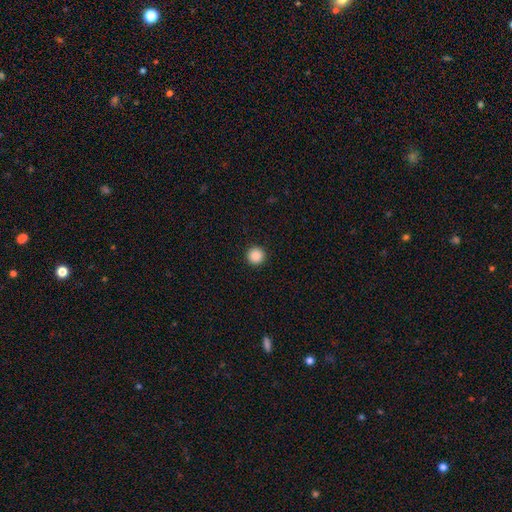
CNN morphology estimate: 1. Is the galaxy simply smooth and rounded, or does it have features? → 88% smooth, 9% star or artifact, 3% featured or disk.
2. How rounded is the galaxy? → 97% round, 2% in between, 1% cigar-shaped.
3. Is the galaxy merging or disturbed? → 94% none, 4% minor disturbance, 1% major disturbance, 1% merger.